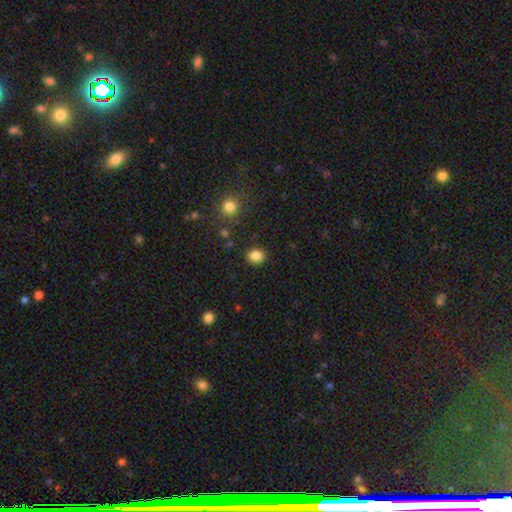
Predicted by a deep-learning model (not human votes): Smooth or featured? smooth (85%)
How rounded? round (68%)
Merging? none (88%)